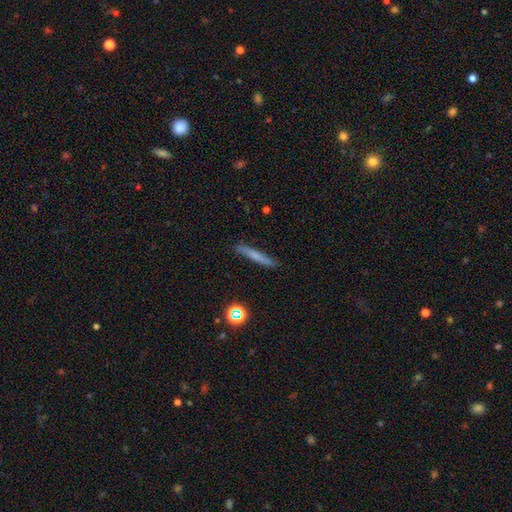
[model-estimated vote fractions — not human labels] smooth 57%, featured or disk 34%, star or artifact 9%. Down the decision tree: how rounded — cigar-shaped (94%); merging — none (88%).